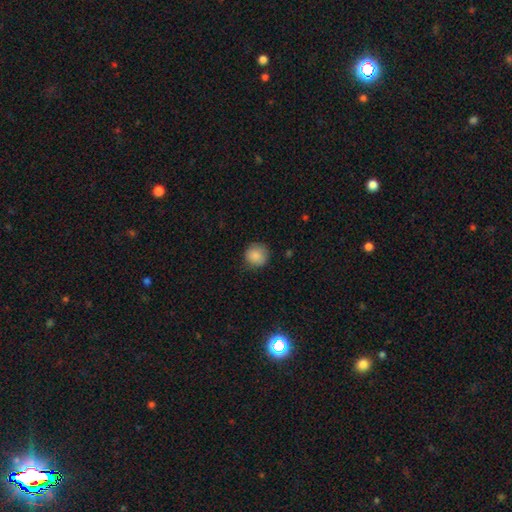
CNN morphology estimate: smooth-or-featured: smooth: 87% | star or artifact: 8% | featured or disk: 5%
  how-rounded: round: 91% | in between: 8% | cigar-shaped: 1%
  merging: none: 81% | minor disturbance: 15% | major disturbance: 3% | merger: 1%